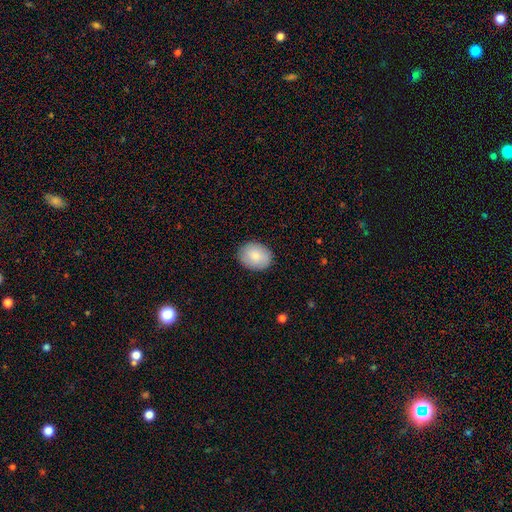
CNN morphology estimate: smooth-or-featured: smooth: 84% | featured or disk: 10% | star or artifact: 7%
  how-rounded: in between: 51% | round: 49% | cigar-shaped: 1%
  merging: none: 87% | minor disturbance: 10% | major disturbance: 2% | merger: 1%